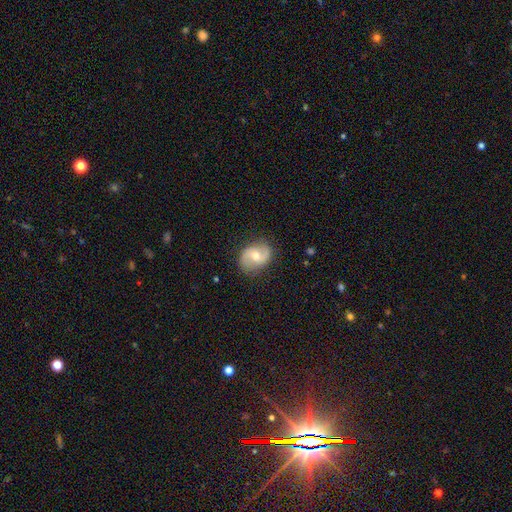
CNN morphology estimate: Smooth or featured: featured or disk — 74% (smooth — 20%)
Edge-on disk: no — 98% (yes — 2%)
Bar: weak — 44% (tied with no — 44%)
Spiral arms: yes — 91% (no — 9%)
Spiral winding: medium — 45% (loose — 38%)
Spiral arm count: 2 — 91% (can't tell — 4%)
Bulge size: moderate — 68% (small — 27%)
Merging: none — 82% (minor disturbance — 13%)